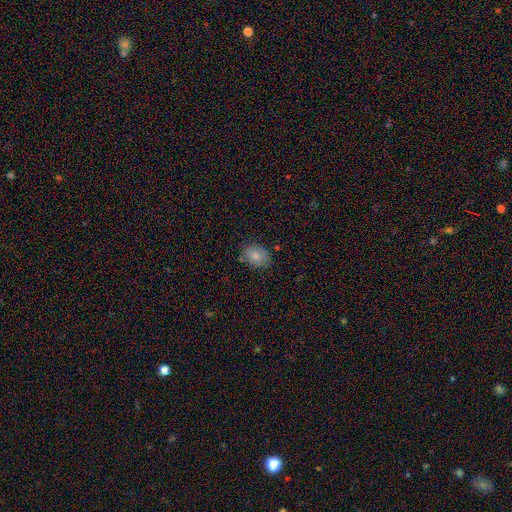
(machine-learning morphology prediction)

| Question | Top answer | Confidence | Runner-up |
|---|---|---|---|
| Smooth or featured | smooth | 81% | featured or disk (11%) |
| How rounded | in between | 73% | round (26%) |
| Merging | none | 78% | minor disturbance (16%) |